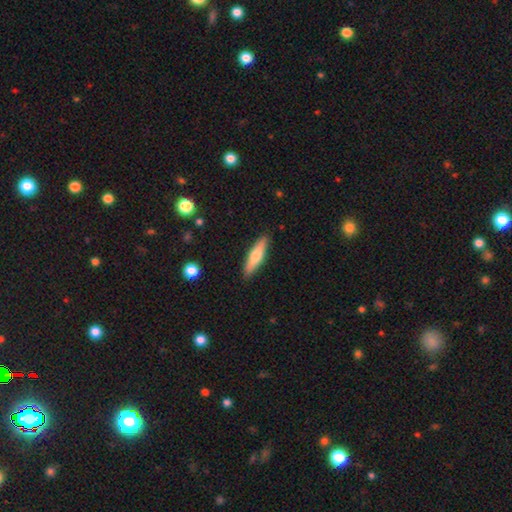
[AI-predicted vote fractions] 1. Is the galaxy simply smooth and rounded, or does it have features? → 56% smooth, 39% featured or disk, 5% star or artifact.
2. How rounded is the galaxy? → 73% cigar-shaped, 25% in between, 2% round.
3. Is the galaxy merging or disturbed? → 89% none, 8% minor disturbance, 2% major disturbance, 1% merger.